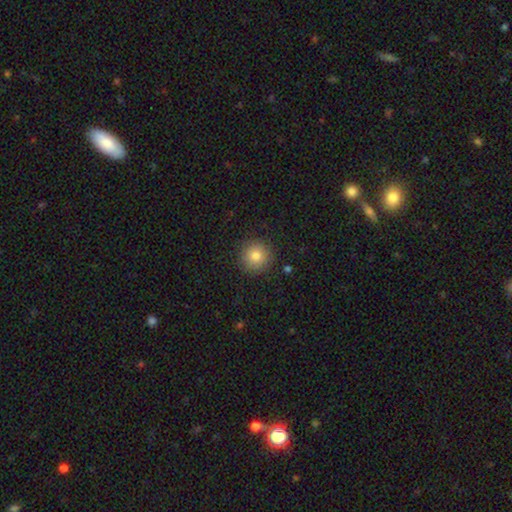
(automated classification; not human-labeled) Smooth or featured? smooth (82%)
How rounded? round (94%)
Merging? none (89%)